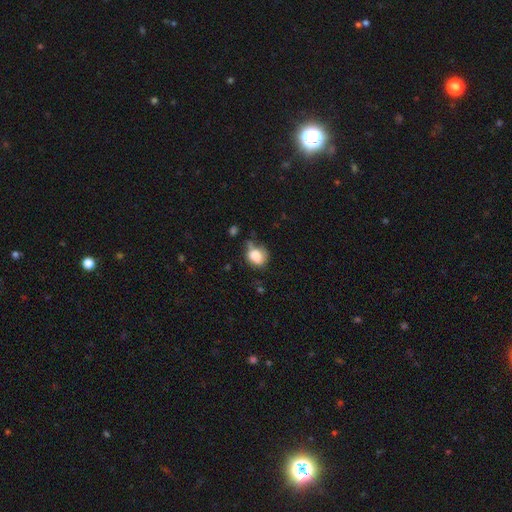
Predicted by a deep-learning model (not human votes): smooth_or_featured: smooth (p=0.80) [alt: featured or disk p=0.11]
how_rounded: round (p=0.55) [alt: in between p=0.44]
merging: none (p=0.41) [alt: minor disturbance p=0.35]